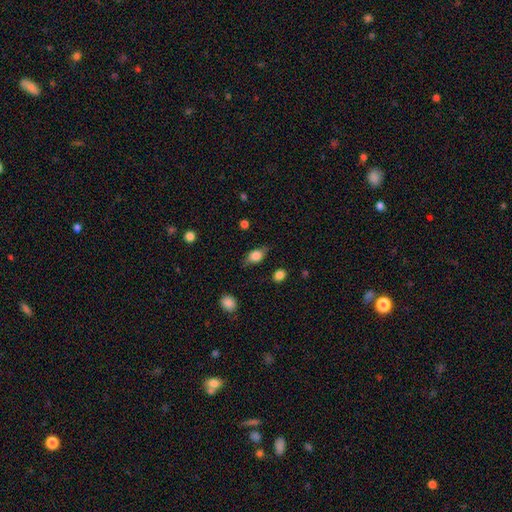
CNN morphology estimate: The model was most divided on "smooth or featured": smooth: 71%, featured or disk: 21%, star or artifact: 8%. More confident: how rounded — in between (77%); merging — none (73%).